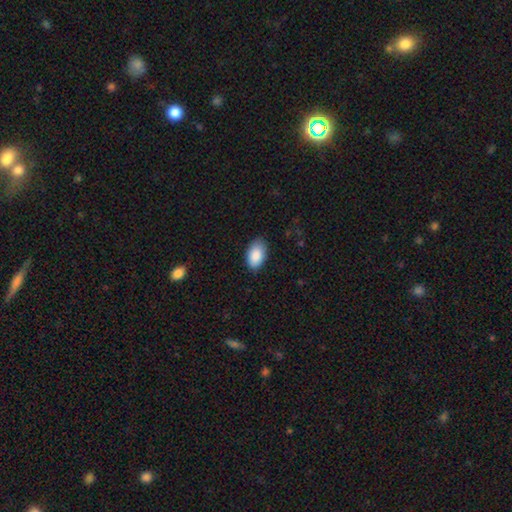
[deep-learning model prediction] A smooth galaxy with no disk features (88%) that is in between round and cigar-shaped (94%).

Vote fractions:
- Smooth or featured? smooth: 88% / star or artifact: 7% / featured or disk: 5%
- How rounded? in between: 94% / round: 4% / cigar-shaped: 1%
- Merging? none: 81% / minor disturbance: 15% / major disturbance: 3% / merger: 1%